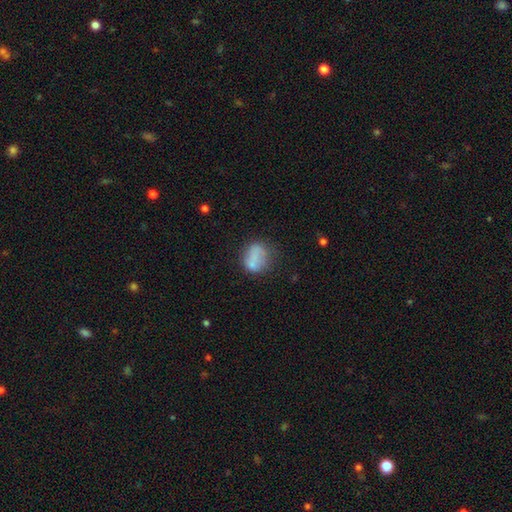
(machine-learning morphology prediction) Q: Smooth or featured?
A: smooth (69%); runner-up: featured or disk (20%)
Q: How rounded?
A: round (56%); runner-up: in between (42%)
Q: Merging?
A: none (46%); runner-up: minor disturbance (24%)